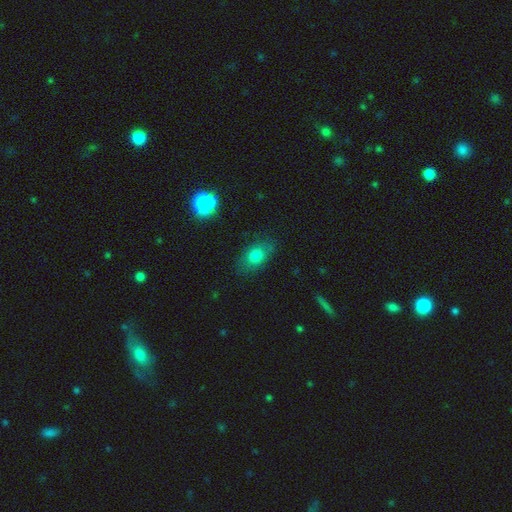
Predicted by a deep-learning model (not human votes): Smooth or featured?
  - smooth: 75% *
  - featured or disk: 14%
  - star or artifact: 11%
How rounded?
  - in between: 81% *
  - round: 16%
  - cigar-shaped: 3%
Merging?
  - none: 79% *
  - minor disturbance: 15%
  - major disturbance: 4%
  - merger: 2%